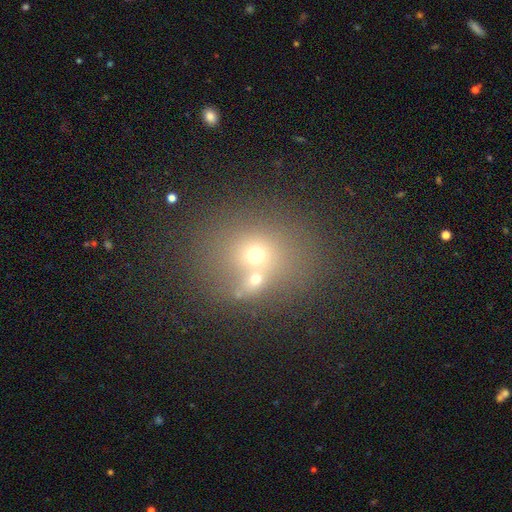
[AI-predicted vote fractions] A smooth galaxy with no disk features (57%) that is round (72%). Merging: merger (44%).